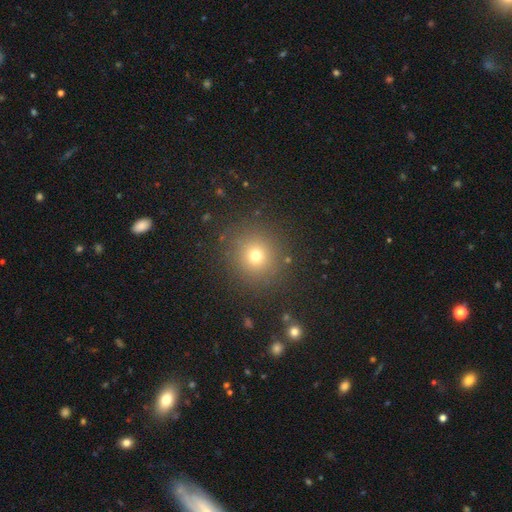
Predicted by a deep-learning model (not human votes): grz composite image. It shows a smooth galaxy with no disk features (71%) that is round (91%). Merging: none (88%).